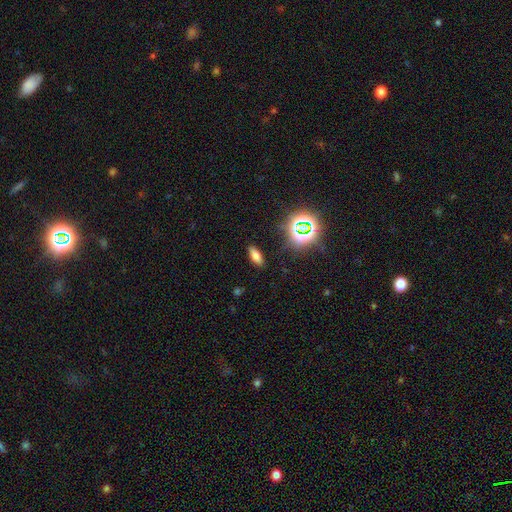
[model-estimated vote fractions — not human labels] This is likely a smooth galaxy (67%). How rounded: likely in between (72%). Merging: clearly none (87%).